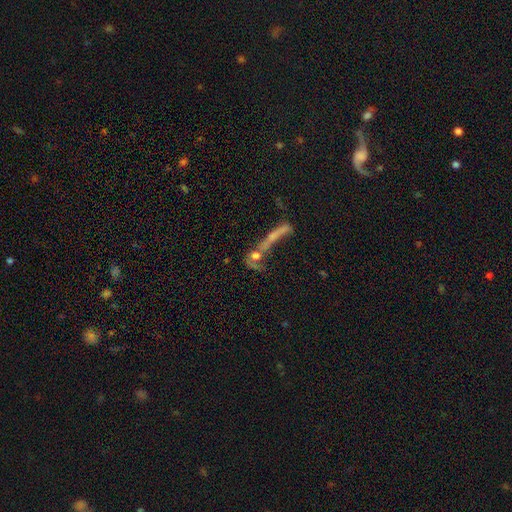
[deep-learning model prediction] Smooth or featured: featured or disk — 42% (smooth — 30%)
Merging: merger — 41% (none — 33%)